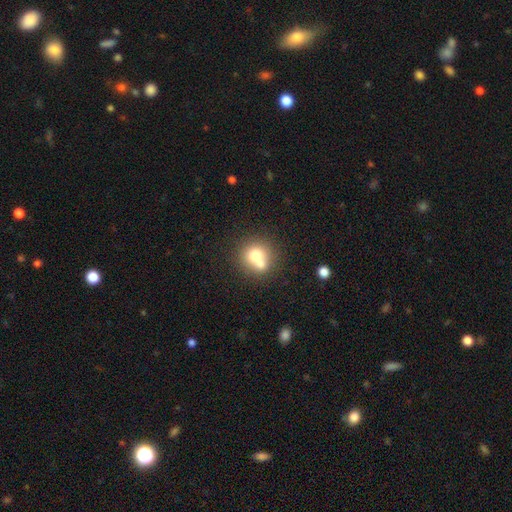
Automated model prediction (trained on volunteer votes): Overall: smooth (69%). How rounded: round (82%). Merging: merger (46%; none 41%).